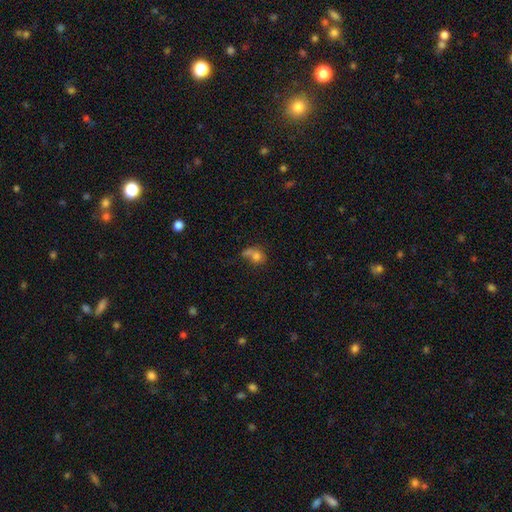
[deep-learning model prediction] smooth_or_featured: smooth (p=0.71) [alt: featured or disk p=0.17]
how_rounded: round (p=0.58) [alt: in between p=0.40]
merging: merger (p=0.36) [alt: none p=0.32]